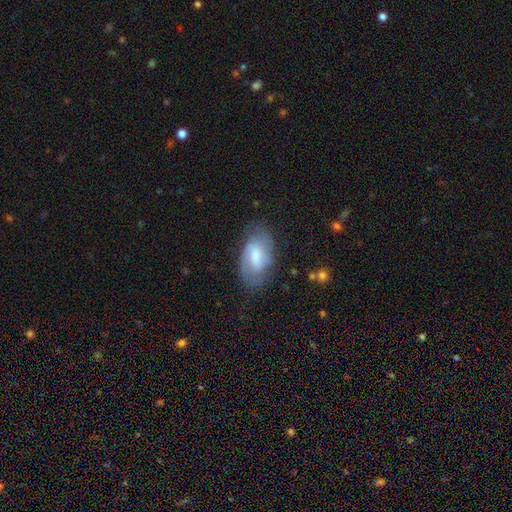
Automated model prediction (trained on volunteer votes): featured or disk 62%, smooth 31%, star or artifact 7%. Down the decision tree: edge-on disk — no (95%); bar — weak (55%); spiral arms — yes (86%); spiral arm count — 2 (73%); spiral winding — medium (45%); bulge size — moderate (45%); merging — none (75%).